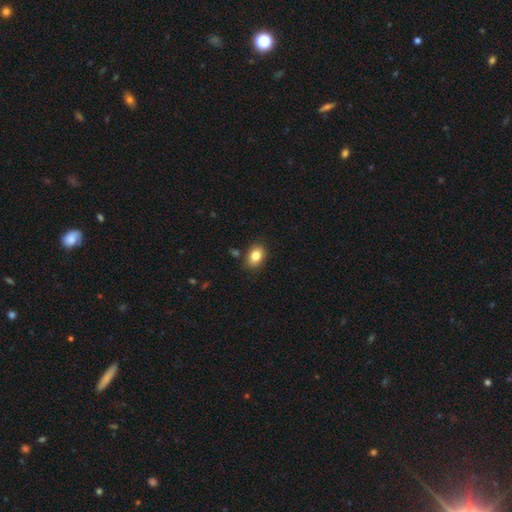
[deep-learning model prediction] Q: Smooth or featured?
A: smooth (83%); runner-up: star or artifact (9%)
Q: How rounded?
A: in between (76%); runner-up: round (23%)
Q: Merging?
A: none (83%); runner-up: minor disturbance (11%)